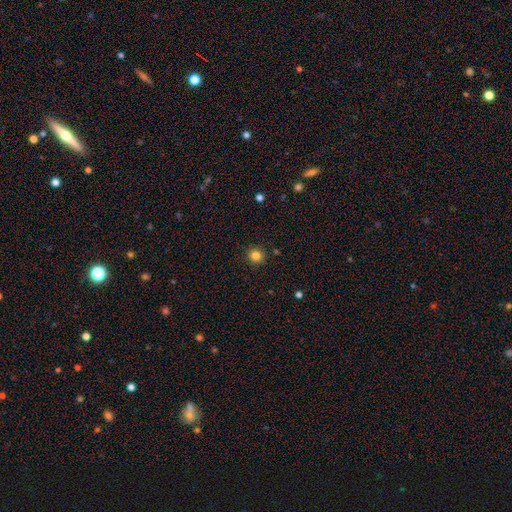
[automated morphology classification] Smooth or featured: smooth — 83% (star or artifact — 13%)
How rounded: round — 92% (in between — 7%)
Merging: none — 91% (minor disturbance — 6%)